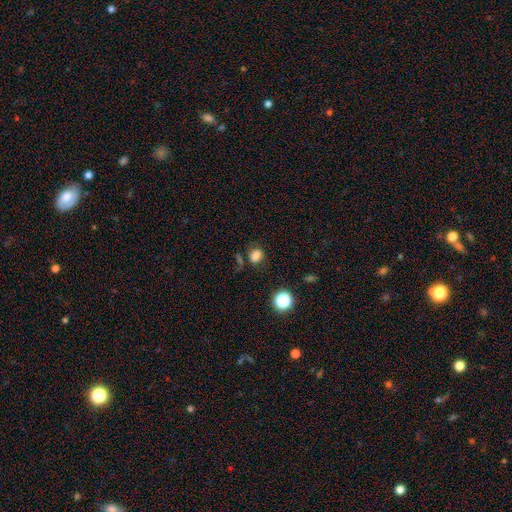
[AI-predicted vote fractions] The model was most divided on "how rounded": in between: 56%, round: 42%, cigar-shaped: 1%. More confident: smooth or featured — smooth (77%); merging — none (66%).